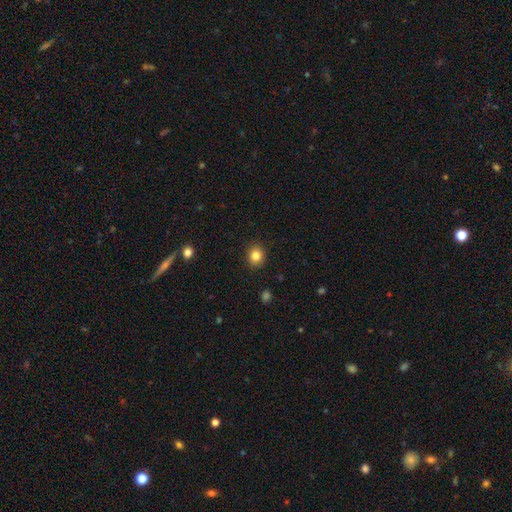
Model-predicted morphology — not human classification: Smooth or featured? smooth (84%)
How rounded? round (79%)
Merging? none (90%)